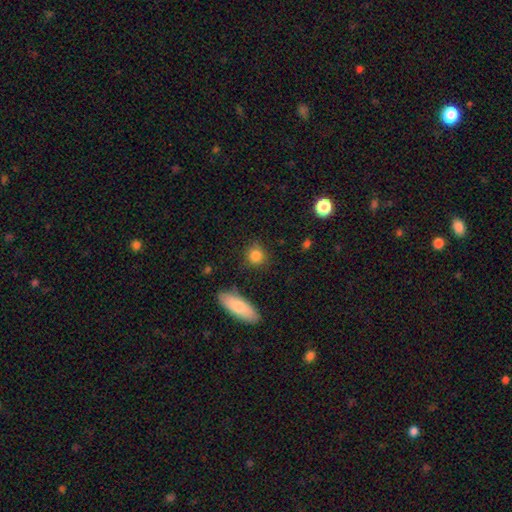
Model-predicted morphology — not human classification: Q: Smooth or featured?
A: smooth (85%); runner-up: star or artifact (9%)
Q: How rounded?
A: round (81%); runner-up: in between (17%)
Q: Merging?
A: none (81%); runner-up: minor disturbance (12%)